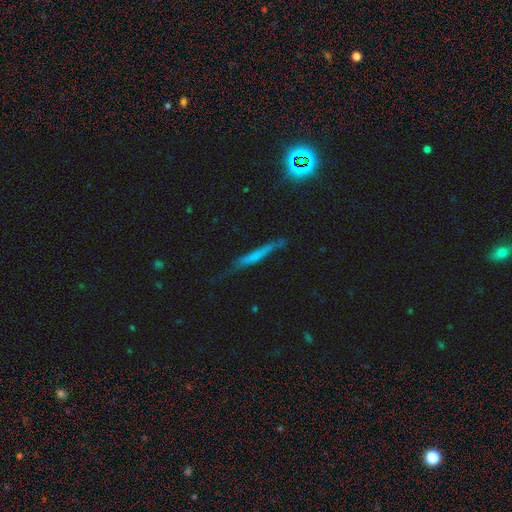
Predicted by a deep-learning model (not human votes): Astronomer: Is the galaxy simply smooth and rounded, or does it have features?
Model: smooth — 45% (runner-up: featured or disk, 44%).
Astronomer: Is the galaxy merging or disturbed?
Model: none — 62%.